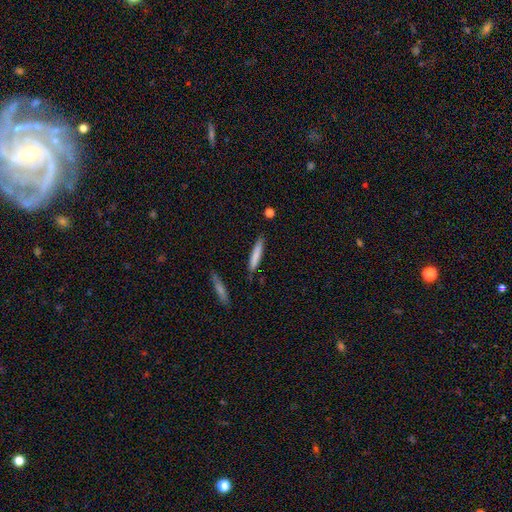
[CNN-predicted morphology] The model was most divided on "smooth or featured": smooth: 77%, featured or disk: 17%, star or artifact: 6%. More confident: how rounded — cigar-shaped (91%); merging — none (85%).